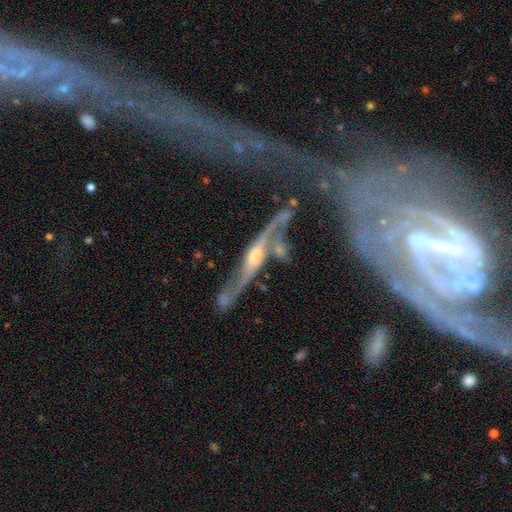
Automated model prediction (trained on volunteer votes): Smooth or featured: featured or disk — 82% (smooth — 10%)
Edge-on disk: yes — 50% (tied with no — 50%)
Merging: none — 40% (major disturbance — 22%)